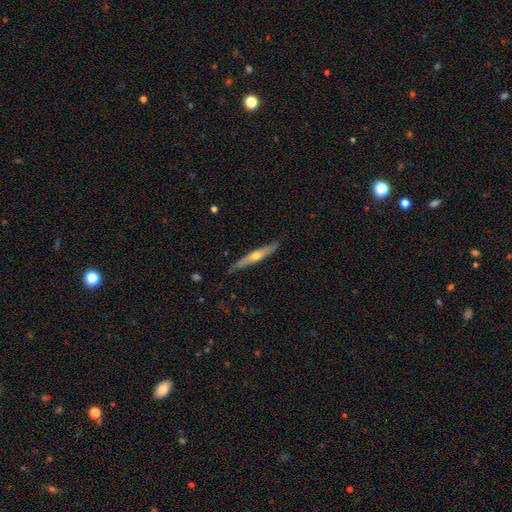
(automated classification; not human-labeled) This appears to be a featured or disk galaxy (60%) viewed edge-on (91%) with a rounded central bulge (82%). Merging: none (82%).